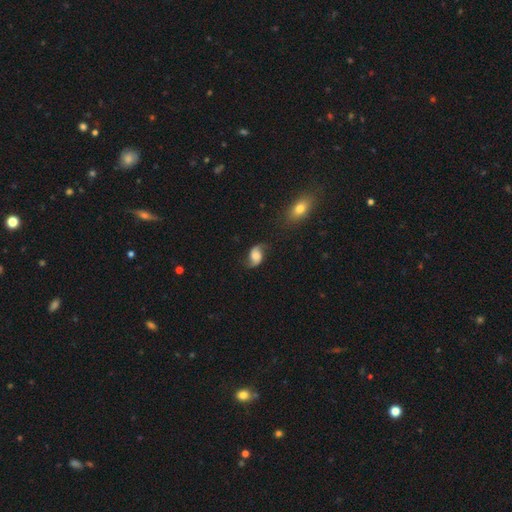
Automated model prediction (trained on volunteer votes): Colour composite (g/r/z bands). It shows a featured or disk galaxy (73%) with no bar (59%), 2 (93%) loose (65%) spiral arms (95%) and a moderate central bulge (27%). Merging: none (71%).